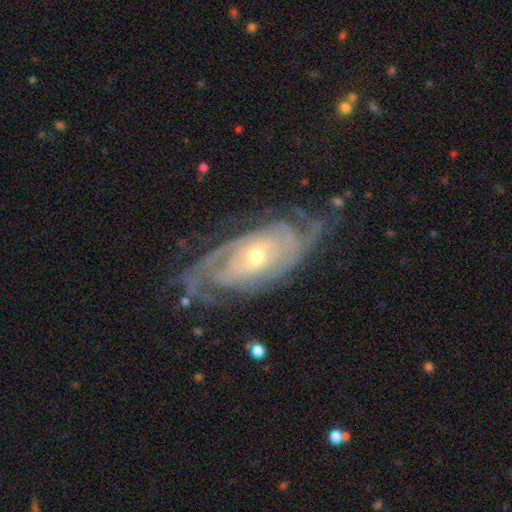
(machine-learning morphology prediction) A featured or disk galaxy (90%) with no bar (63%), tight (75%) spiral arms (97%) and a small central bulge (56%). Merging: none (73%).